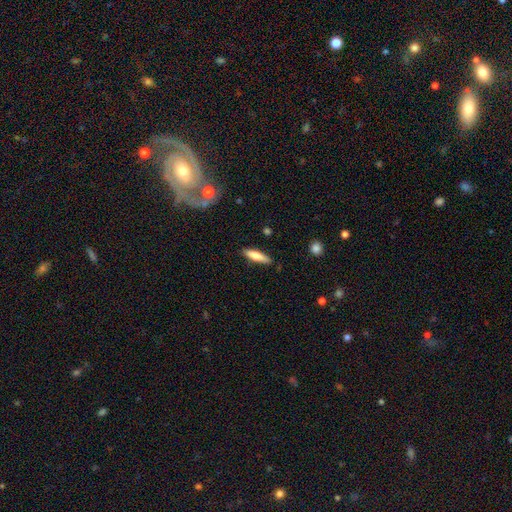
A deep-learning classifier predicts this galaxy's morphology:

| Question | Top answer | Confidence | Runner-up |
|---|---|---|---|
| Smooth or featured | smooth | 71% | featured or disk (23%) |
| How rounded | cigar-shaped | 70% | in between (28%) |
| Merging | none | 84% | minor disturbance (12%) |